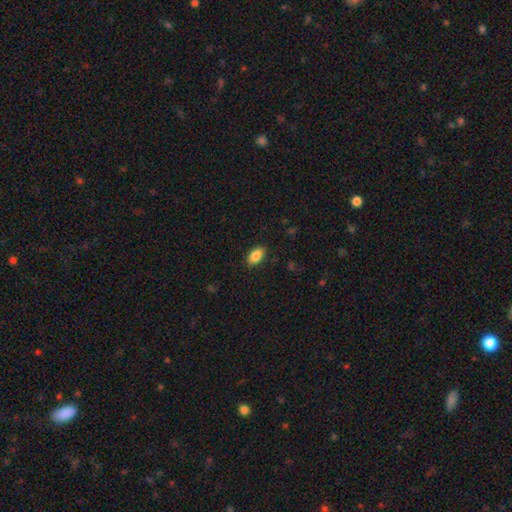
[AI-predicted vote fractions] Q: Smooth or featured?
A: smooth (87%); runner-up: star or artifact (8%)
Q: How rounded?
A: in between (92%); runner-up: round (6%)
Q: Merging?
A: none (88%); runner-up: minor disturbance (9%)